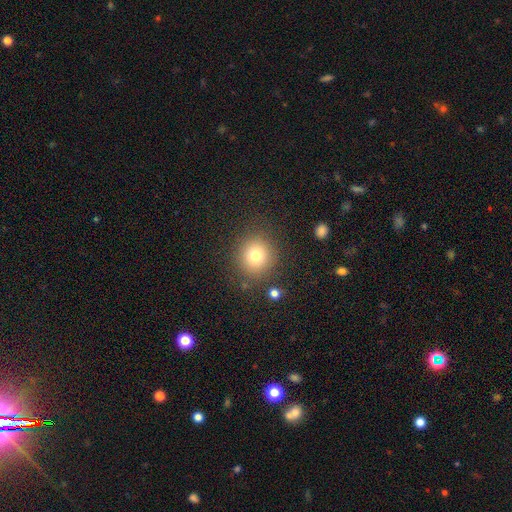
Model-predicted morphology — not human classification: Smooth or featured? Predicted: smooth (p=0.77). How rounded? Predicted: round (p=0.89). Merging? Predicted: none (p=0.85).